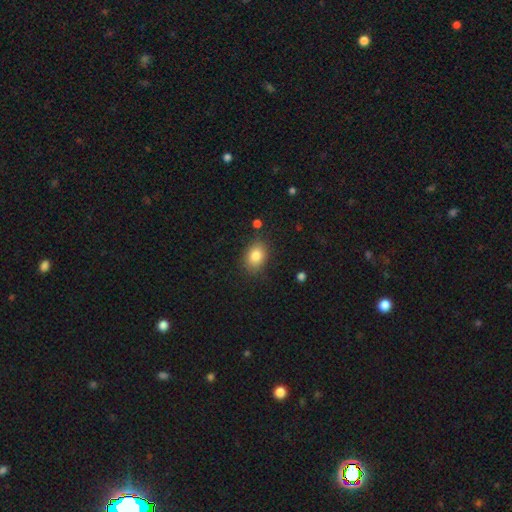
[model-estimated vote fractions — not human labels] A smooth galaxy with no disk features (84%) that is in between round and cigar-shaped (74%).

Vote fractions:
- Smooth or featured? smooth: 84% / star or artifact: 9% / featured or disk: 7%
- How rounded? in between: 74% / round: 25% / cigar-shaped: 1%
- Merging? none: 81% / minor disturbance: 13% / major disturbance: 4% / merger: 2%